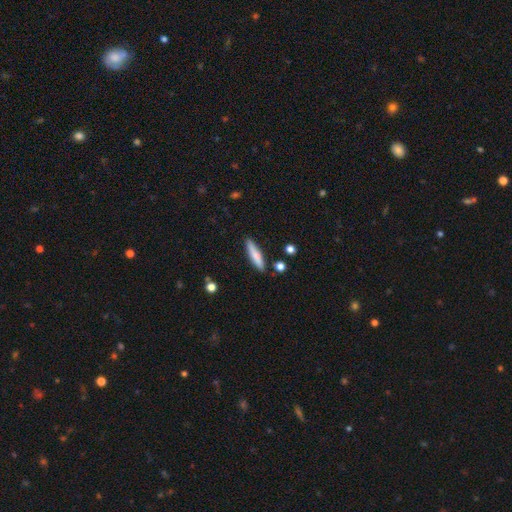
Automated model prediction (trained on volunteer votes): This is likely a smooth galaxy (72%). How rounded: clearly cigar-shaped (84%). Merging: clearly none (86%).